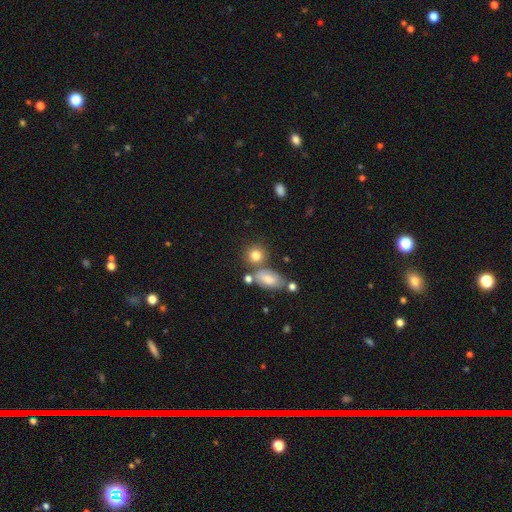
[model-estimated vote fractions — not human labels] Smooth or featured? smooth (80%)
How rounded? round (71%)
Merging? none (63%)